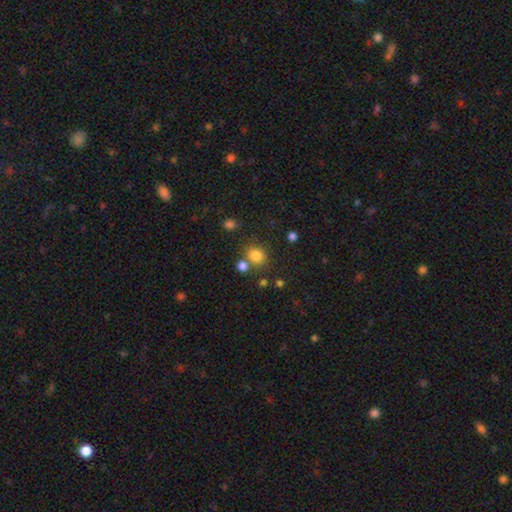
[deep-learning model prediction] The model was most divided on "merging": none: 69%, merger: 17%, minor disturbance: 10%, major disturbance: 4%. More confident: smooth or featured — smooth (80%); how rounded — round (78%).